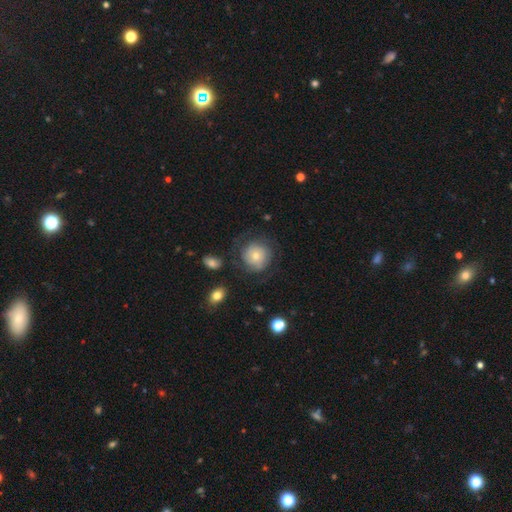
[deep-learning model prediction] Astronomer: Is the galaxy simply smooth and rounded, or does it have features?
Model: featured or disk — 47% (runner-up: smooth, 43%).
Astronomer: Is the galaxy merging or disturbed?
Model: none — 67%.